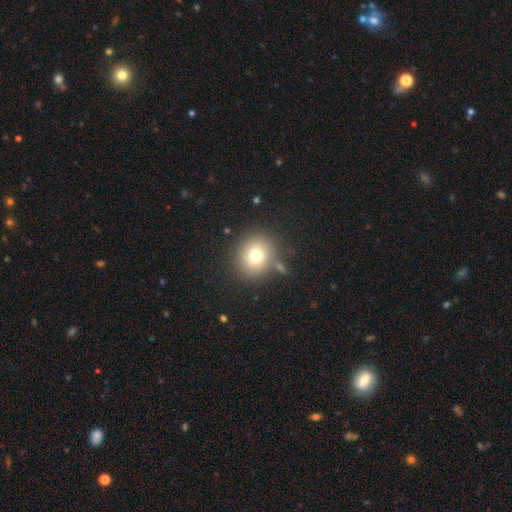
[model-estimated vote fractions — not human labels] Q: Smooth or featured?
A: smooth (74%); runner-up: star or artifact (14%)
Q: How rounded?
A: round (85%); runner-up: in between (14%)
Q: Merging?
A: none (80%); runner-up: minor disturbance (10%)